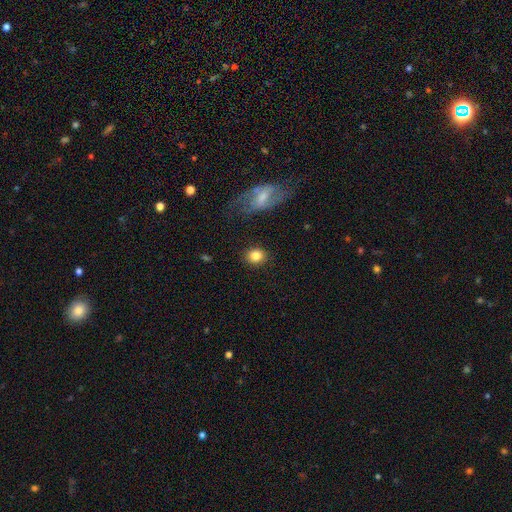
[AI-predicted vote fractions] Smooth or featured? Predicted: smooth (p=0.83). How rounded? Predicted: round (p=0.72). Merging? Predicted: none (p=0.88).